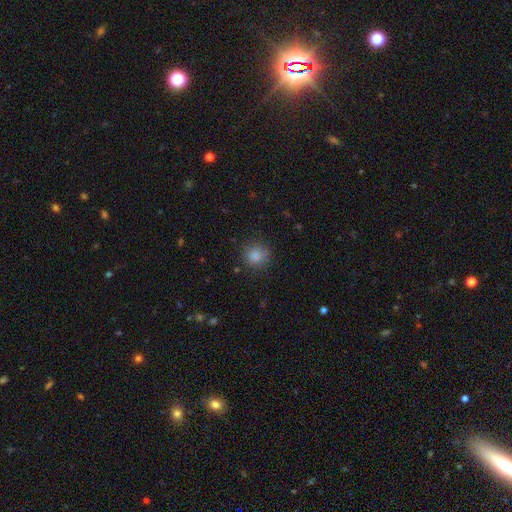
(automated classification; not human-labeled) Smooth or featured?
  - smooth: 84% *
  - star or artifact: 11%
  - featured or disk: 5%
How rounded?
  - round: 88% *
  - in between: 11%
  - cigar-shaped: 1%
Merging?
  - none: 83% *
  - minor disturbance: 11%
  - major disturbance: 4%
  - merger: 1%